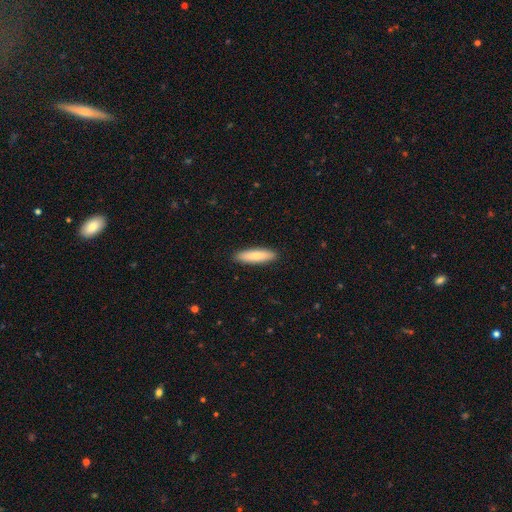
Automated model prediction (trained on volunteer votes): smooth-or-featured: smooth: 83% | featured or disk: 12% | star or artifact: 5%
  how-rounded: cigar-shaped: 69% | in between: 29% | round: 2%
  merging: none: 91% | minor disturbance: 6% | major disturbance: 1% | merger: 1%